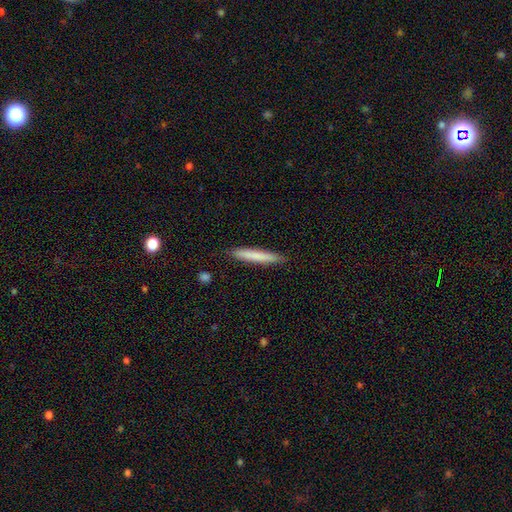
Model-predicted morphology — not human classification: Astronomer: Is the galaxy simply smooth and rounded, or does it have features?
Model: smooth — 74%.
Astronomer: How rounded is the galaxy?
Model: cigar-shaped — 95%.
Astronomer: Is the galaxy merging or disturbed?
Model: none — 89%.